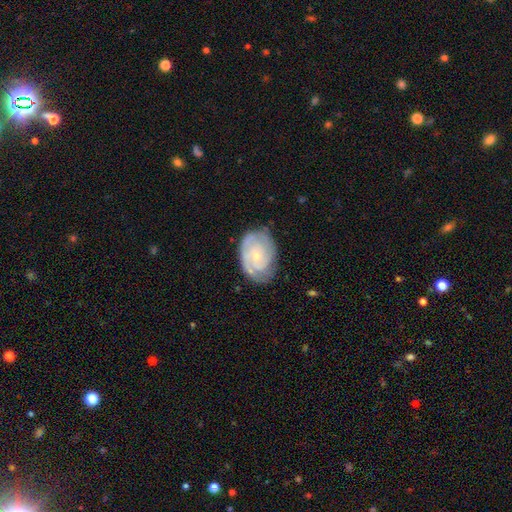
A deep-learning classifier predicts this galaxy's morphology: Smooth or featured? featured or disk (76%)
Edge-on disk? no (97%)
Bar? no (77%)
Spiral arms? yes (91%)
Spiral winding? tight (69%)
Spiral arm count? can't tell (36%)
Bulge size? small (79%)
Merging? none (70%)